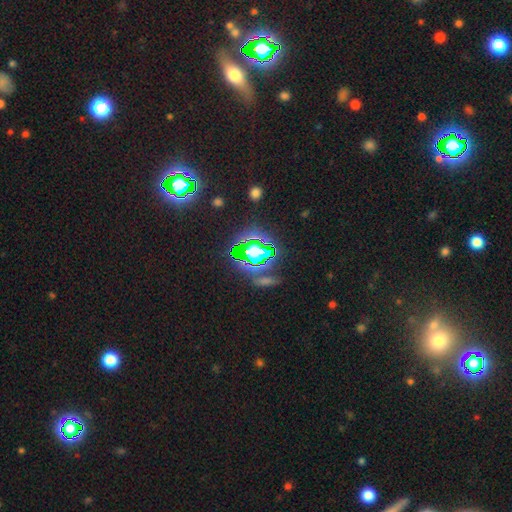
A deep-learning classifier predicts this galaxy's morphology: Q: Smooth or featured?
A: star or artifact (79%); runner-up: smooth (12%)